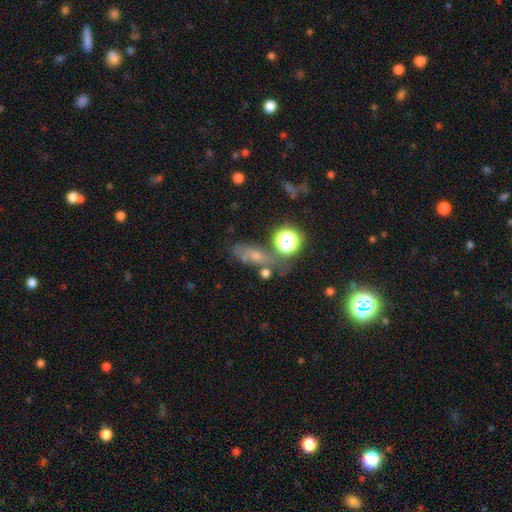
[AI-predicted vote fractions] smooth 47%, star or artifact 28%, featured or disk 25%. Down the decision tree: merging — none (53%).